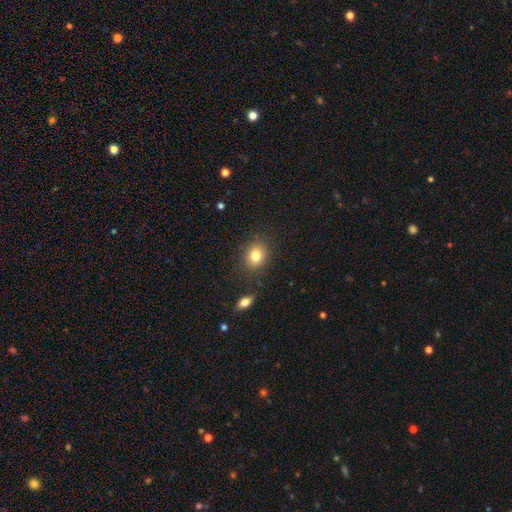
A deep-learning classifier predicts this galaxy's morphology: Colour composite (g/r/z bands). It shows a smooth galaxy with no disk features (81%) that is round (64%). Merging: none (83%).